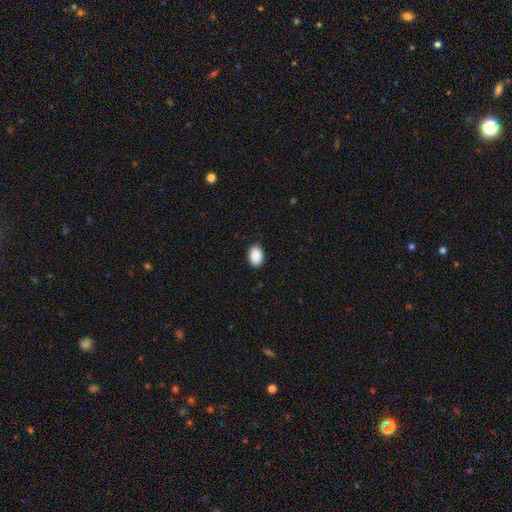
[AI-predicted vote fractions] This is clearly a smooth galaxy (90%). How rounded: clearly in between (84%). Merging: clearly none (87%).